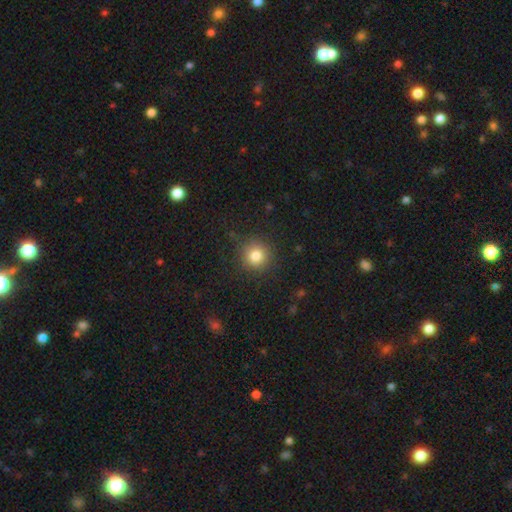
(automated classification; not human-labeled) This is clearly a smooth galaxy (81%). How rounded: clearly round (93%). Merging: clearly none (86%).